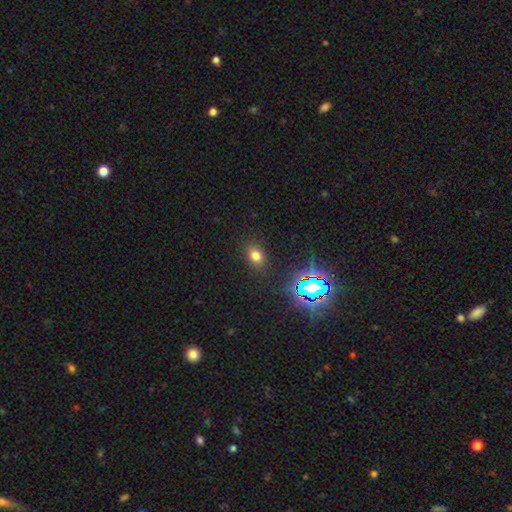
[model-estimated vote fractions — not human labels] smooth-or-featured: smooth: 71% | star or artifact: 21% | featured or disk: 7%
  how-rounded: in between: 67% | round: 31% | cigar-shaped: 2%
  merging: none: 86% | minor disturbance: 9% | major disturbance: 3% | merger: 2%